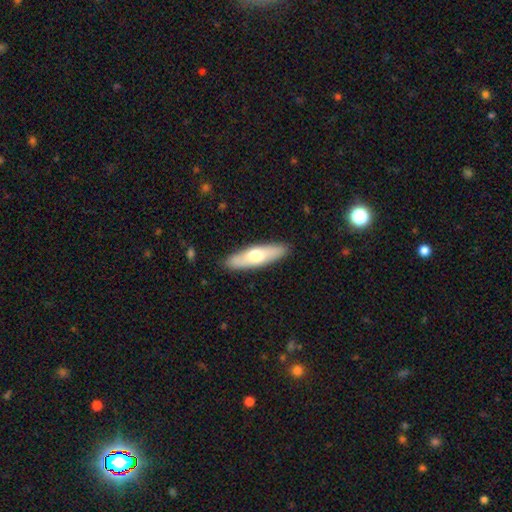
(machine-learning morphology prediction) This is possibly a smooth galaxy (57%). How rounded: possibly cigar-shaped (58%). Merging: clearly none (89%).